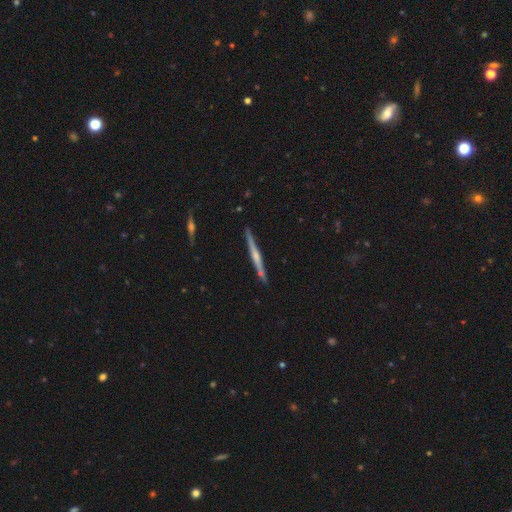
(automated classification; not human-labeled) Morphology: type=featured or disk (67%); edge-on=yes (98%); edge-on bulge=rounded (58%); merging=none (87%).